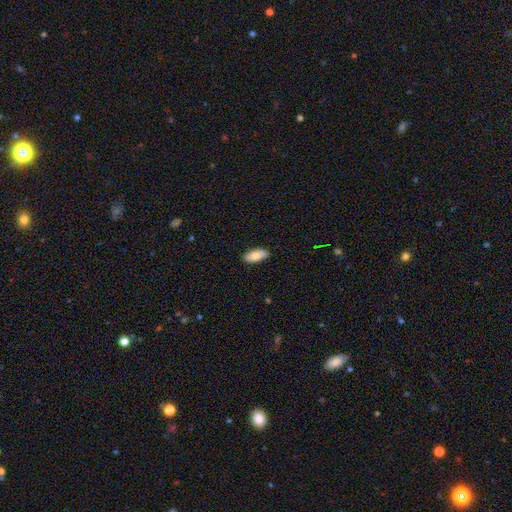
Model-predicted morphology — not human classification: smooth 80%, featured or disk 14%, star or artifact 6%. Down the decision tree: how rounded — in between (87%); merging — none (87%).